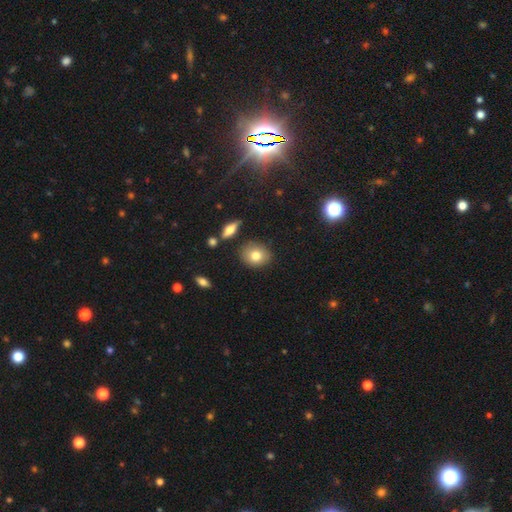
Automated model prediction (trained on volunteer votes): Overall: smooth (77%). How rounded: round (63%; in between 35%). Merging: none (83%).